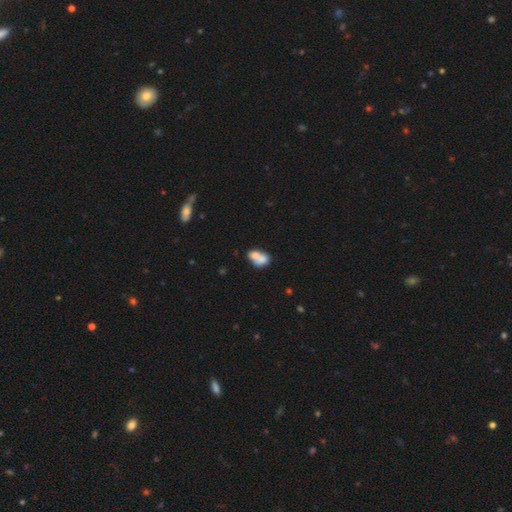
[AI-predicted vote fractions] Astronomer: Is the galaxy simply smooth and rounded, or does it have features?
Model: smooth — 68%.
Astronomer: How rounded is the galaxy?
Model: in between — 76%.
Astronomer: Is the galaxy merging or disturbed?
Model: merger — 62%.